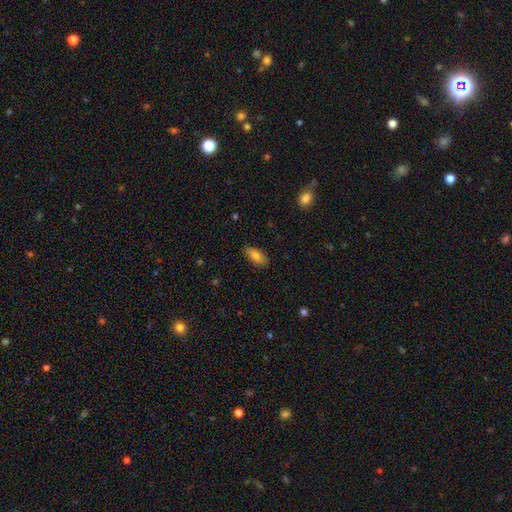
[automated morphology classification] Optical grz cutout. It shows a smooth galaxy with no disk features (79%) that is in between round and cigar-shaped (84%). Merging: none (84%).